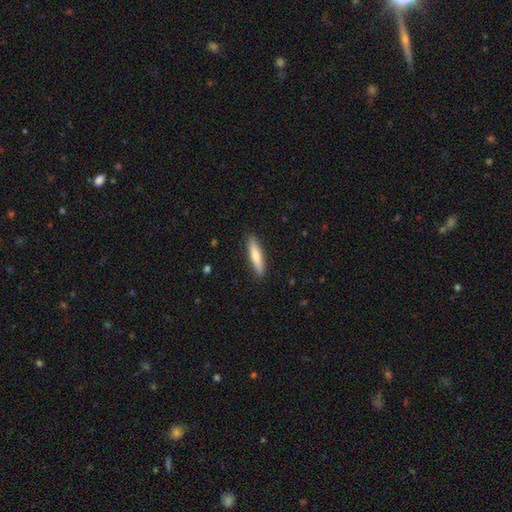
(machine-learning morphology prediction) Overall: smooth (70%). How rounded: cigar-shaped (81%). Merging: none (89%).